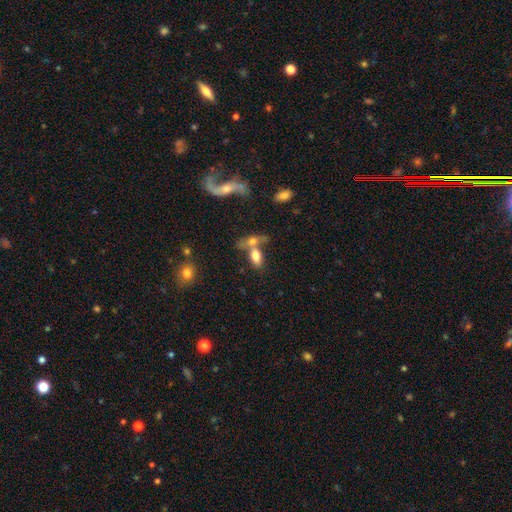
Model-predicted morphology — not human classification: The model was most divided on "merging": merger: 50%, none: 34%, minor disturbance: 11%, major disturbance: 5%. More confident: how rounded — in between (86%); smooth or featured — smooth (74%).